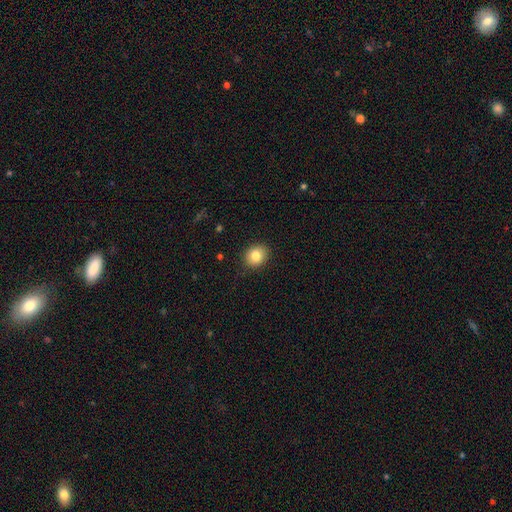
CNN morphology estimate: type=smooth (83%); roundness=round (68%); merging=none (88%).